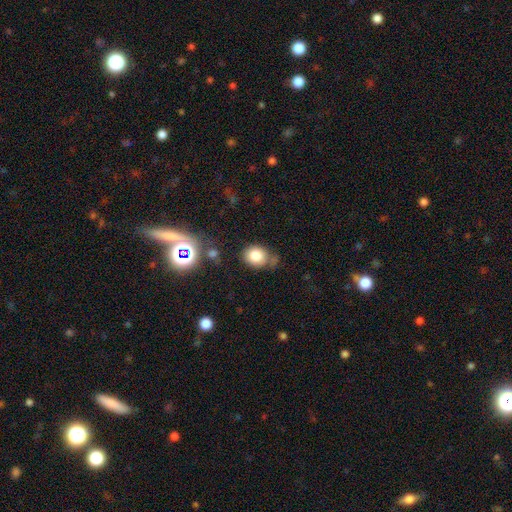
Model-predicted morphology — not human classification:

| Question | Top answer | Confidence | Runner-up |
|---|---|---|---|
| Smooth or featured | smooth | 80% | star or artifact (12%) |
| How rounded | round | 63% | in between (36%) |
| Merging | none | 63% | minor disturbance (22%) |